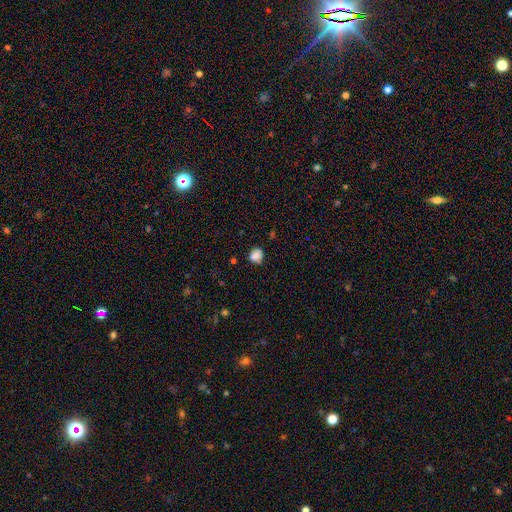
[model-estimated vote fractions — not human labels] Smooth or featured? smooth (84%)
How rounded? round (61%)
Merging? none (70%)